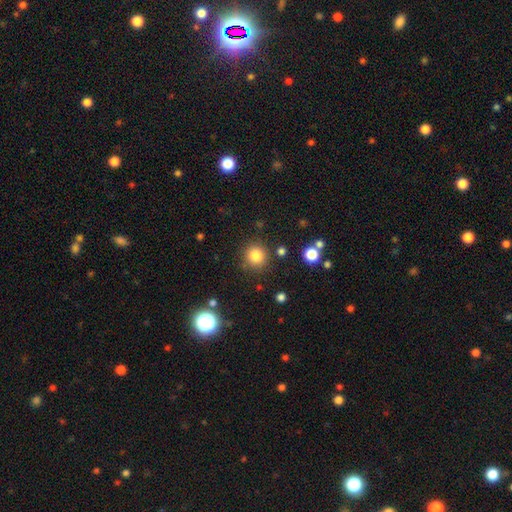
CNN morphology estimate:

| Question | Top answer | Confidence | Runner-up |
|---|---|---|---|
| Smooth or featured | smooth | 82% | star or artifact (12%) |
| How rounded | round | 93% | in between (6%) |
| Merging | none | 86% | minor disturbance (8%) |